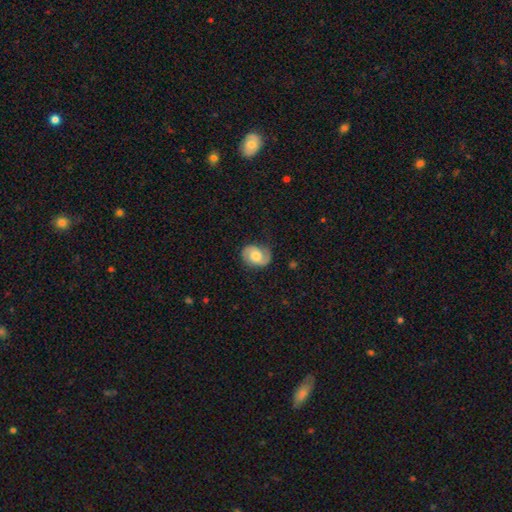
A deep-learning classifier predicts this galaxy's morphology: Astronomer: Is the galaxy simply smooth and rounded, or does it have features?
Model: featured or disk — 70%.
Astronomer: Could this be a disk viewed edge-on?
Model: no — 98%.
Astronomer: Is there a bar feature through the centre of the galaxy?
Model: no — 62%.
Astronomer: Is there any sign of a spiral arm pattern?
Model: yes — 93%.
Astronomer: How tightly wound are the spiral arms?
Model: medium — 48% (runner-up: tight, 32%).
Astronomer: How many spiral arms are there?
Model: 2 — 90%.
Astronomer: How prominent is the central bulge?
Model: moderate — 56%.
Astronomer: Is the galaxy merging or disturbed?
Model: none — 78%.